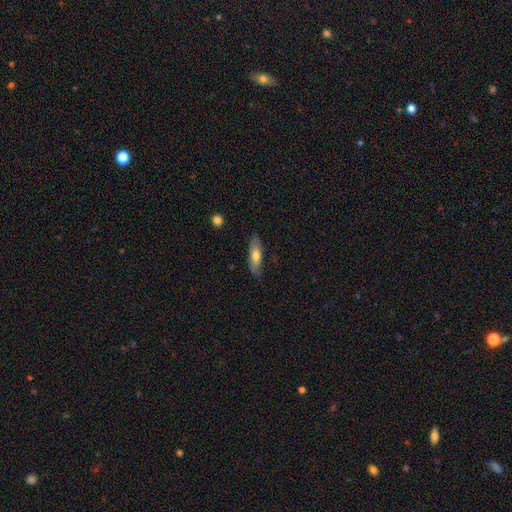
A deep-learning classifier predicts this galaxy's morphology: Smooth or featured: smooth — 66% (featured or disk — 28%)
How rounded: in between — 52% (cigar-shaped — 46%)
Merging: none — 79% (minor disturbance — 16%)